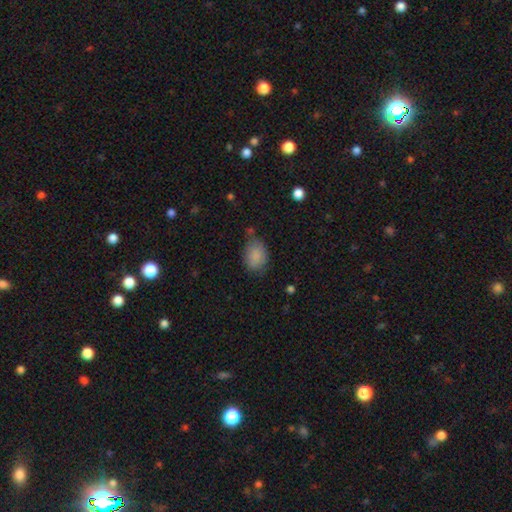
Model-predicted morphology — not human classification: This appears to be a smooth galaxy with no disk features (86%) that is in between round and cigar-shaped (80%). Merging: none (66%).